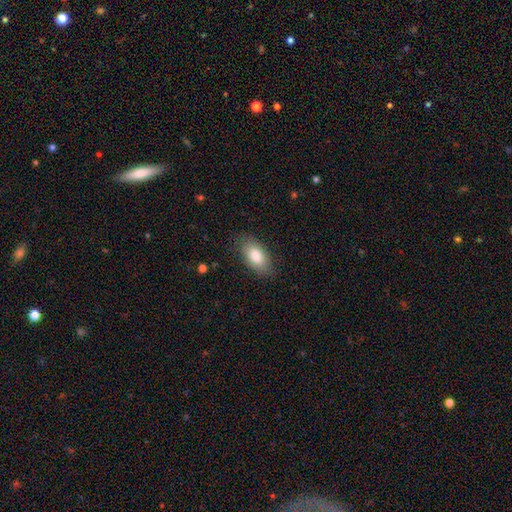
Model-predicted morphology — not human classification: A smooth galaxy with no disk features (82%) that is in between round and cigar-shaped (93%). Merging: none (82%).